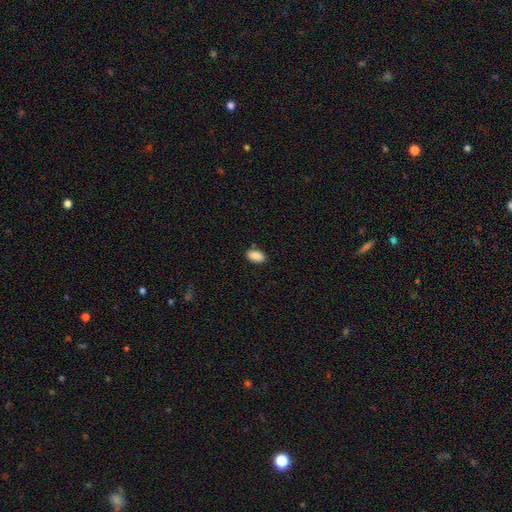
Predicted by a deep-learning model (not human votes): smooth-or-featured: smooth: 88% | star or artifact: 7% | featured or disk: 5%
  how-rounded: in between: 93% | round: 4% | cigar-shaped: 3%
  merging: none: 84% | minor disturbance: 11% | merger: 2% | major disturbance: 2%